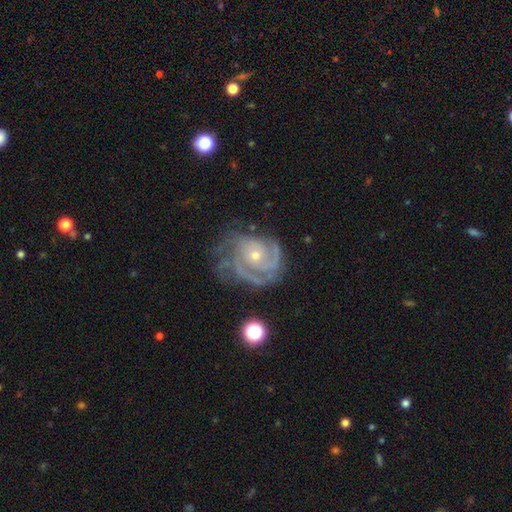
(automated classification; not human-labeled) The model was most divided on "spiral arm count": 3: 42%, 2: 22%, can't tell: 14%, 4: 10%, 1: 6%, more than 4: 5%. More confident: edge-on disk — no (98%); spiral arms — yes (98%); smooth or featured — featured or disk (90%); bar — no (74%); spiral winding — tight (65%); bulge size — small (63%); merging — none (62%).